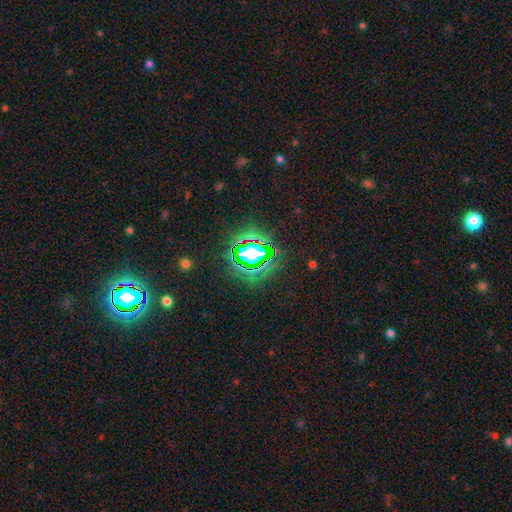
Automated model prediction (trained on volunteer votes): Smooth or featured? star or artifact (77%)